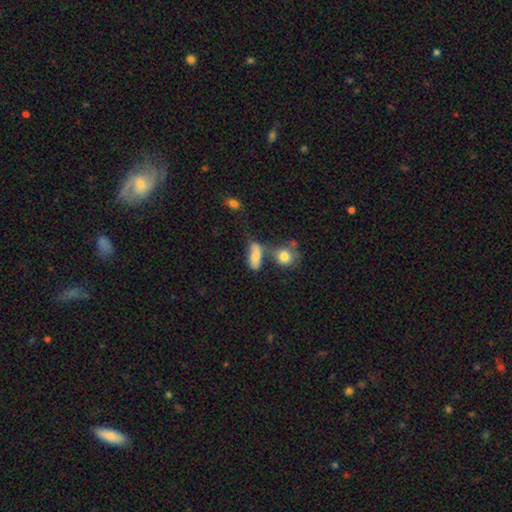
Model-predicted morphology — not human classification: A smooth galaxy with no disk features (74%) that is in between round and cigar-shaped (78%).

Vote fractions:
- Smooth or featured? smooth: 74% / featured or disk: 17% / star or artifact: 9%
- How rounded? in between: 78% / cigar-shaped: 14% / round: 8%
- Merging? merger: 36% / none: 35% / minor disturbance: 18% / major disturbance: 11%